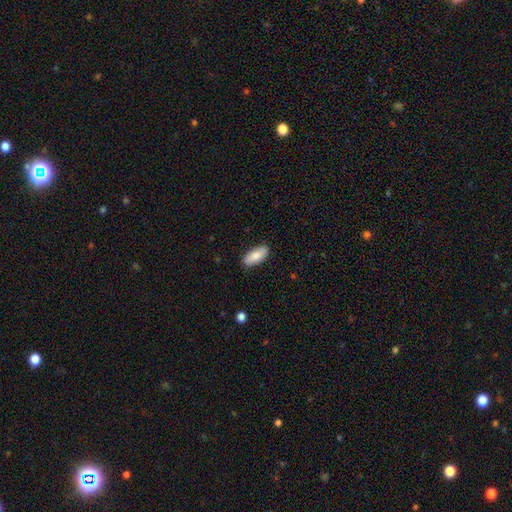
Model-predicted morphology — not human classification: smooth-or-featured: smooth: 80% | featured or disk: 14% | star or artifact: 6%
  how-rounded: in between: 87% | cigar-shaped: 11% | round: 2%
  merging: none: 88% | minor disturbance: 9% | major disturbance: 2% | merger: 1%